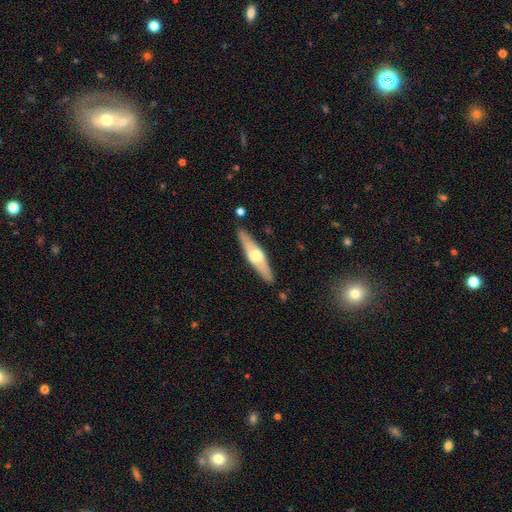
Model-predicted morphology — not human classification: Smooth or featured: featured or disk — 63% (smooth — 32%)
Edge-on disk: yes — 92% (no — 8%)
Edge-on bulge: rounded — 93% (boxy — 4%)
Merging: none — 87% (minor disturbance — 9%)